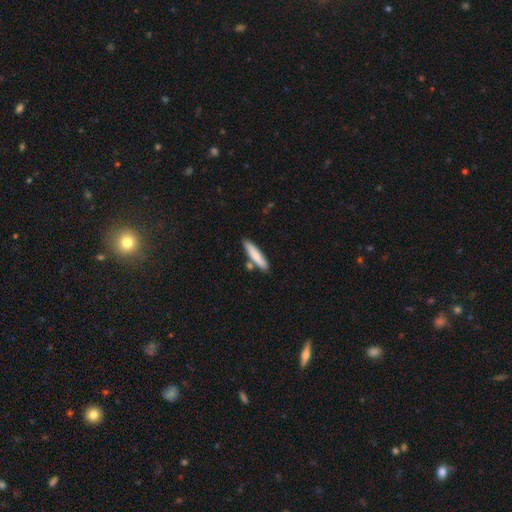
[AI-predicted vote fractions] The model was most divided on "merging": none: 75%, minor disturbance: 13%, merger: 9%, major disturbance: 3%. More confident: how rounded — cigar-shaped (83%); smooth or featured — smooth (79%).